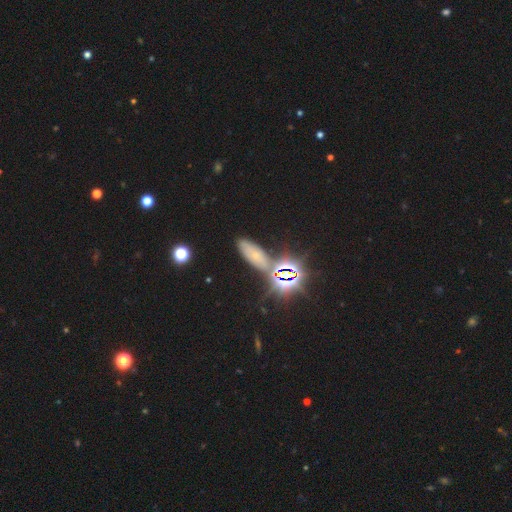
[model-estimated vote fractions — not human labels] A star or artifact, not a galaxy (46%).